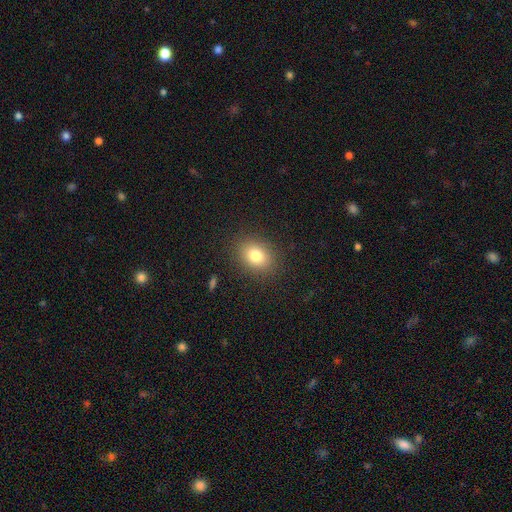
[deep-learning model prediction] Smooth or featured?
  - smooth: 79% *
  - star or artifact: 11%
  - featured or disk: 10%
How rounded?
  - in between: 61% *
  - round: 38%
  - cigar-shaped: 1%
Merging?
  - none: 87% *
  - minor disturbance: 9%
  - major disturbance: 3%
  - merger: 1%